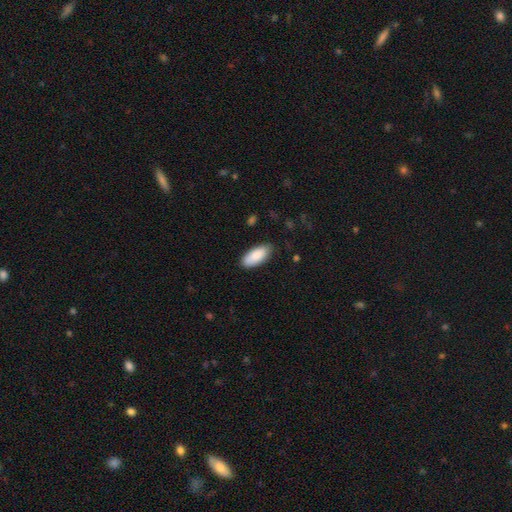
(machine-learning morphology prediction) This is clearly a smooth galaxy (88%). How rounded: clearly in between (88%). Merging: clearly none (85%).